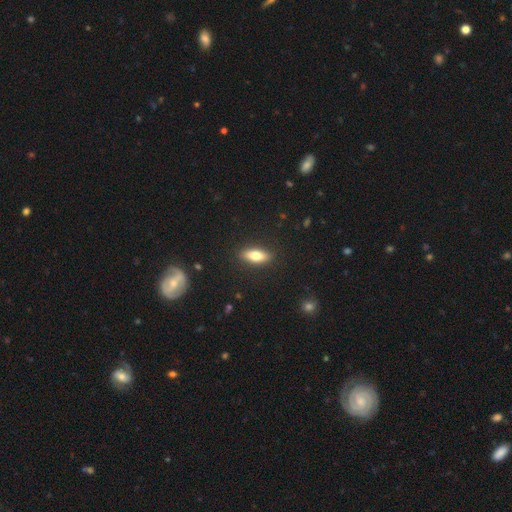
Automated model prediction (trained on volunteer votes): This appears to be a smooth galaxy with no disk features (72%) that is in between round and cigar-shaped (68%). Merging: none (88%).